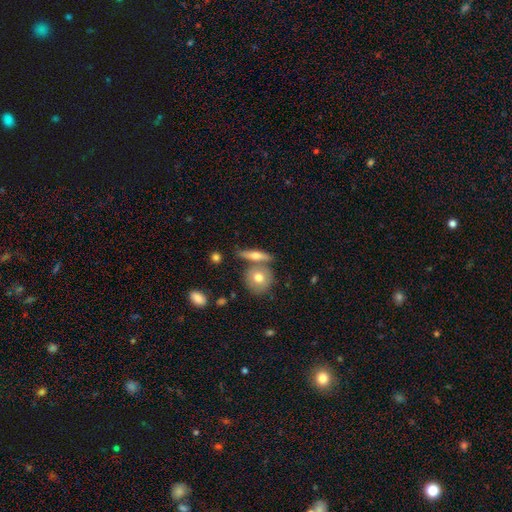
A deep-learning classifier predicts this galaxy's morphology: type=smooth (54%); roundness=cigar-shaped (52%); merging=none (63%).